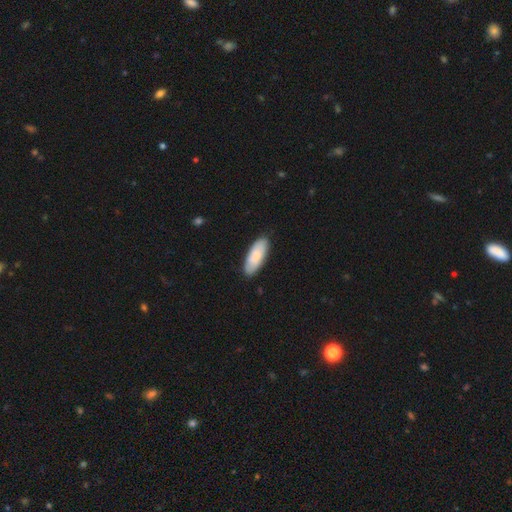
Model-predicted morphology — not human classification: A smooth galaxy with no disk features (83%) that is in between round and cigar-shaped (77%). Merging: none (86%).